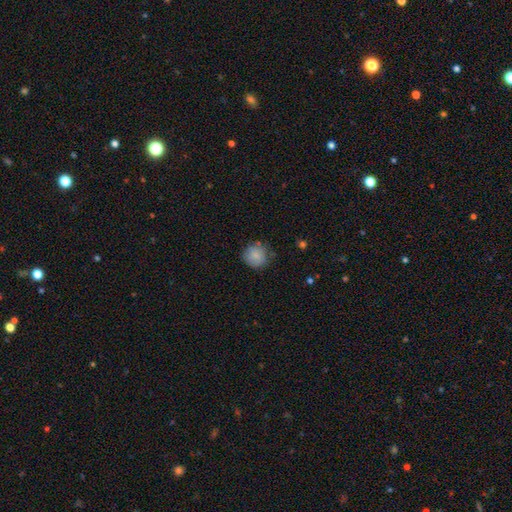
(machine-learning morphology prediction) The model was most divided on "merging": none: 76%, minor disturbance: 18%, major disturbance: 4%, merger: 2%. More confident: how rounded — round (89%); smooth or featured — smooth (84%).